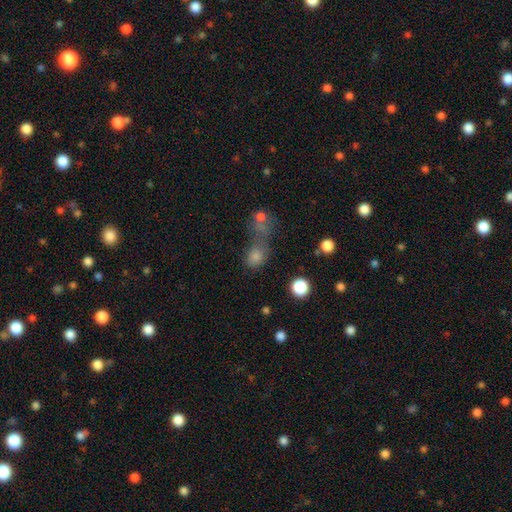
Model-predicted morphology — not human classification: A smooth galaxy with no disk features (68%) that is round (57%).

Vote fractions:
- Smooth or featured? smooth: 68% / star or artifact: 22% / featured or disk: 10%
- How rounded? round: 57% / in between: 41% / cigar-shaped: 3%
- Merging? merger: 42% / none: 37% / minor disturbance: 11% / major disturbance: 10%